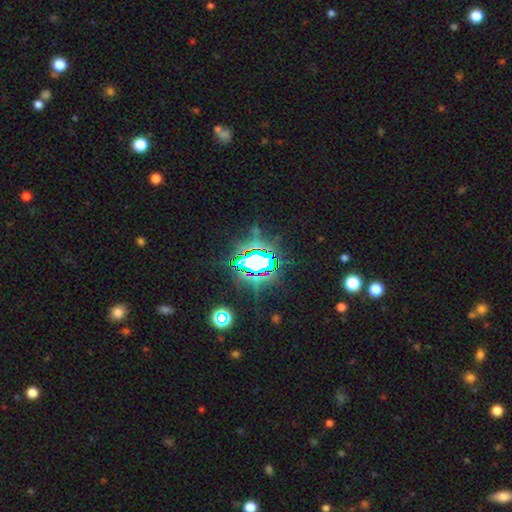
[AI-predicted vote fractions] Smooth or featured?
  - star or artifact: 73% *
  - smooth: 14%
  - featured or disk: 13%